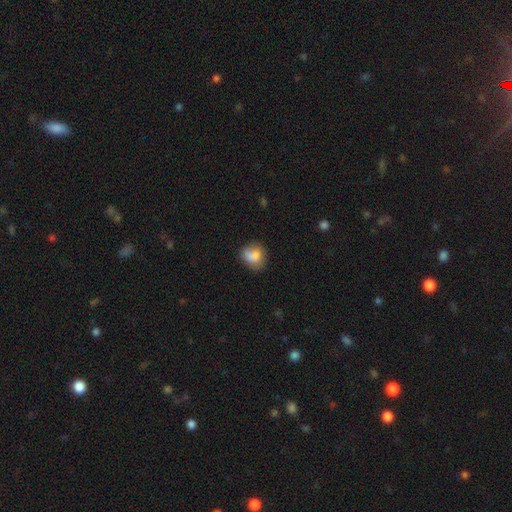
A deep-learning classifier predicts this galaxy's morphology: type=smooth (76%); roundness=round (60%); merging=none (51%).